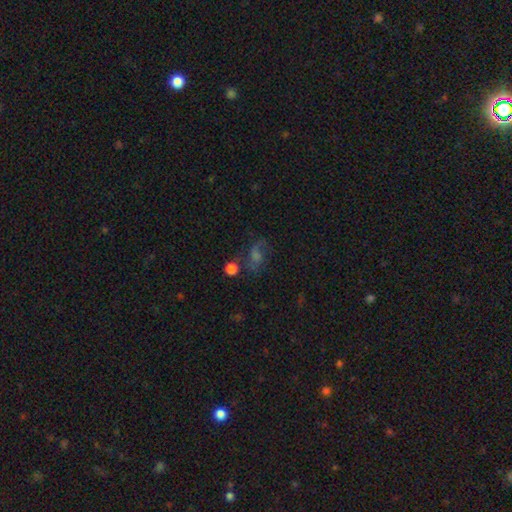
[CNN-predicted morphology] Smooth or featured: featured or disk — 38% (smooth — 31%)
Merging: none — 60% (minor disturbance — 18%)